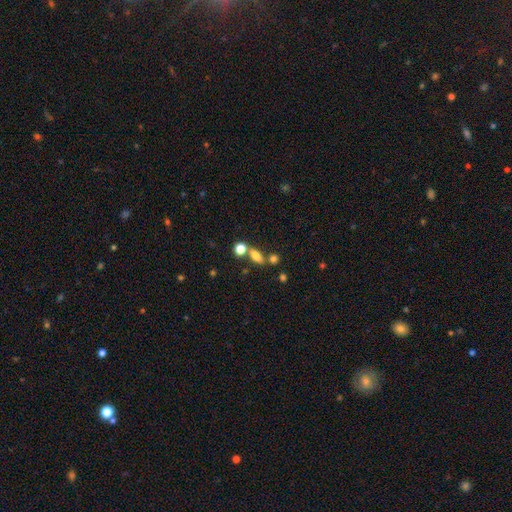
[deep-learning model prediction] Smooth or featured: smooth — 75% (star or artifact — 13%)
How rounded: in between — 71% (round — 15%)
Merging: none — 59% (merger — 24%)